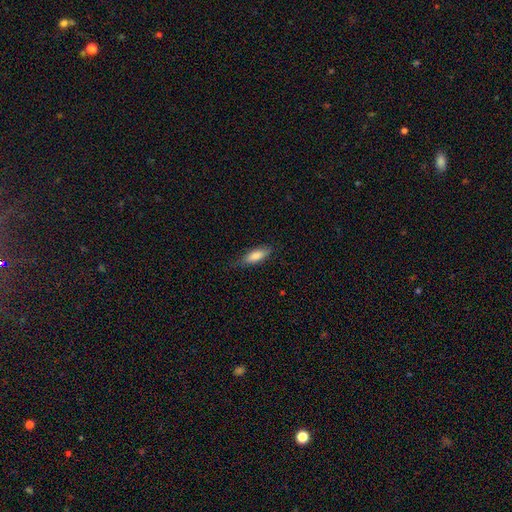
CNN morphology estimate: This appears to be a smooth galaxy with no disk features (83%) that is in between round and cigar-shaped (67%). Merging: none (74%).